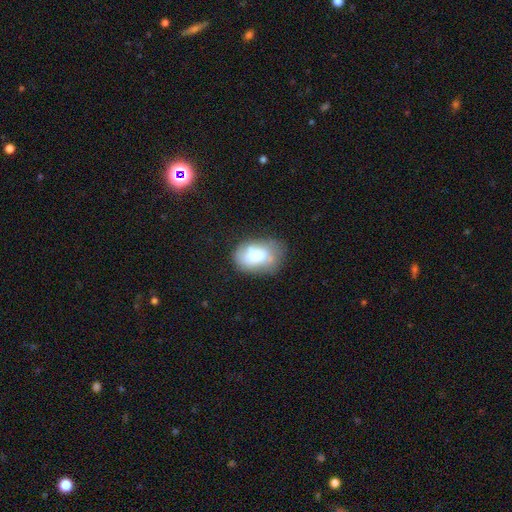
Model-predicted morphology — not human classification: Smooth or featured: smooth — 67% (featured or disk — 25%)
How rounded: in between — 81% (round — 17%)
Merging: none — 52% (minor disturbance — 29%)